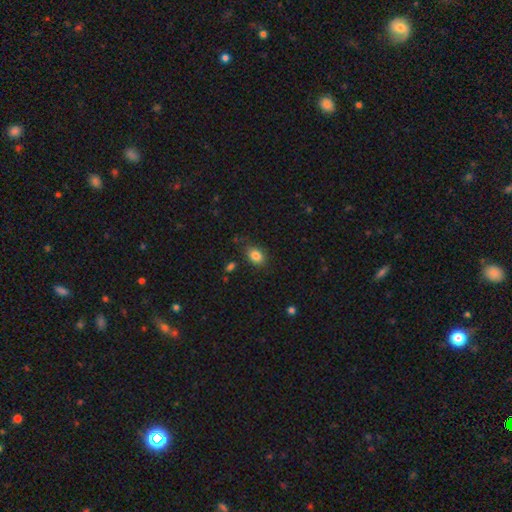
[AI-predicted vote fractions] Smooth or featured? smooth (84%)
How rounded? in between (76%)
Merging? none (78%)